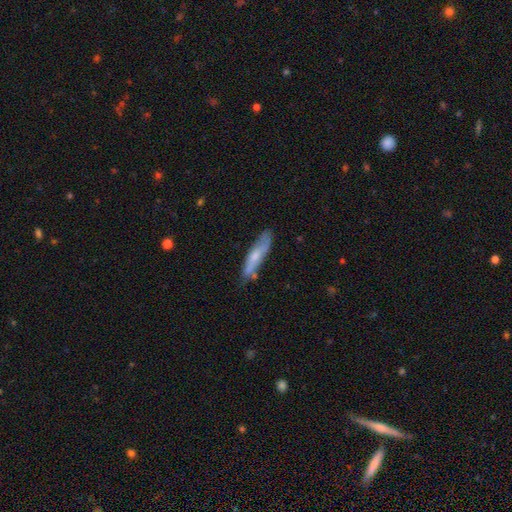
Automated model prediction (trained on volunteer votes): Q: Smooth or featured?
A: smooth (57%); runner-up: featured or disk (37%)
Q: How rounded?
A: cigar-shaped (78%); runner-up: in between (21%)
Q: Merging?
A: none (67%); runner-up: minor disturbance (24%)